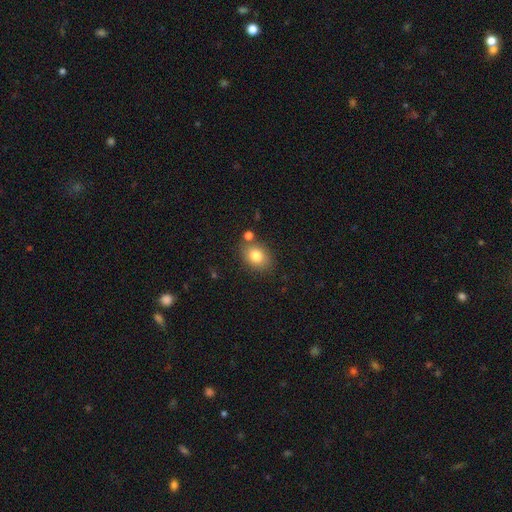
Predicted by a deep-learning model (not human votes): This is clearly a smooth galaxy (80%). How rounded: likely in between (65%). Merging: likely none (73%).